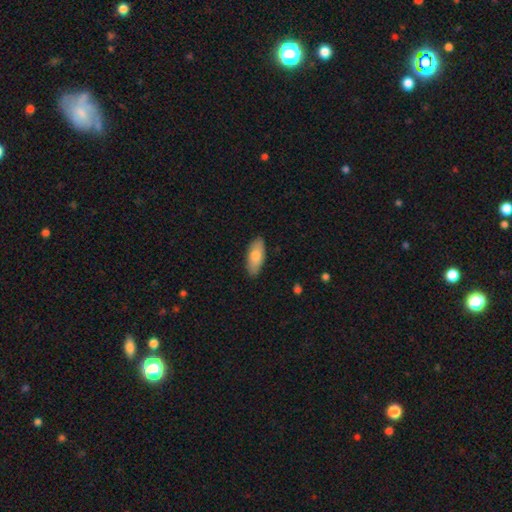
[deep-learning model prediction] Smooth or featured? Predicted: smooth (p=0.79). How rounded? Predicted: in between (p=0.84). Merging? Predicted: none (p=0.86).